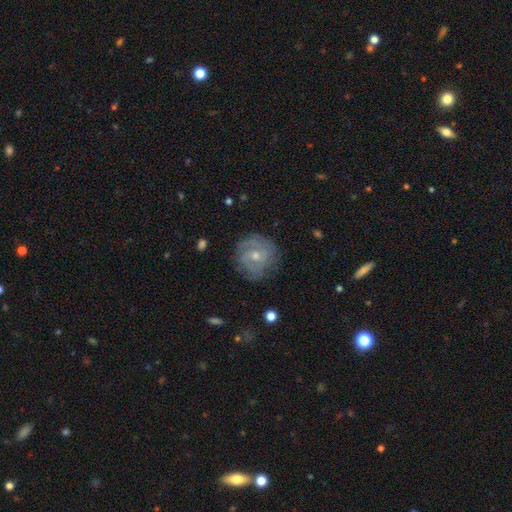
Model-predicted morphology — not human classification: Q: Smooth or featured?
A: featured or disk (77%); runner-up: smooth (15%)
Q: Edge-on disk?
A: no (97%); runner-up: yes (3%)
Q: Bar?
A: no (59%); runner-up: weak (35%)
Q: Spiral arms?
A: yes (92%); runner-up: no (8%)
Q: Spiral winding?
A: tight (65%); runner-up: medium (28%)
Q: Spiral arm count?
A: can't tell (32%); runner-up: 2 (28%)
Q: Bulge size?
A: small (52%); runner-up: moderate (45%)
Q: Merging?
A: none (81%); runner-up: minor disturbance (14%)